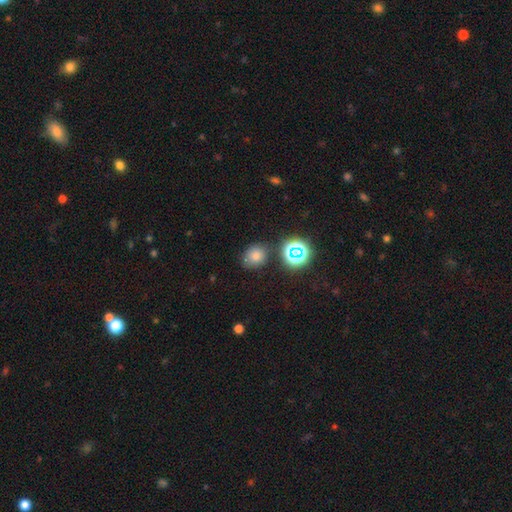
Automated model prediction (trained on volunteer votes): smooth 65%, star or artifact 26%, featured or disk 9%. Down the decision tree: how rounded — round (66%); merging — none (77%).